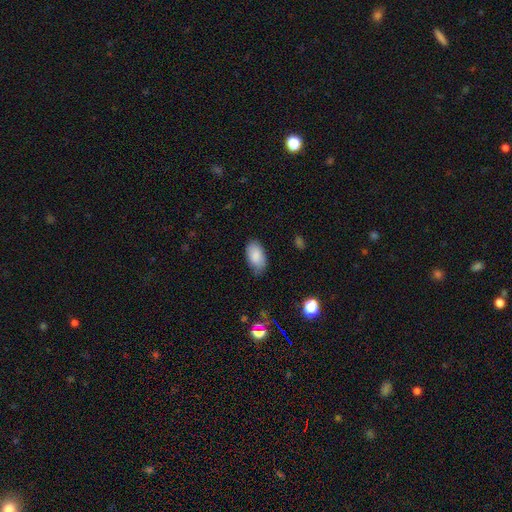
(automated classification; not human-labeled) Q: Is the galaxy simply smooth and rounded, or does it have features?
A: smooth — 86%.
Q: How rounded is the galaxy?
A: in between — 95%.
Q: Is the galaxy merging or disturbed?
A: none — 71%.